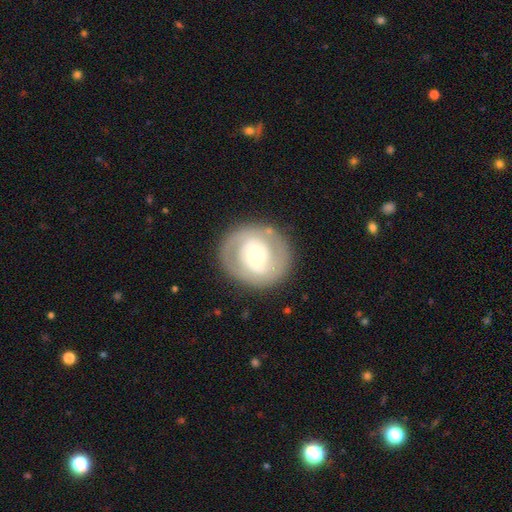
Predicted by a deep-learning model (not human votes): The model was most divided on "bar": no: 43%, weak: 36%, strong: 21%. More confident: edge-on disk — no (97%); merging — none (84%); smooth or featured — featured or disk (67%); spiral arms — yes (66%); bulge size — moderate (55%).